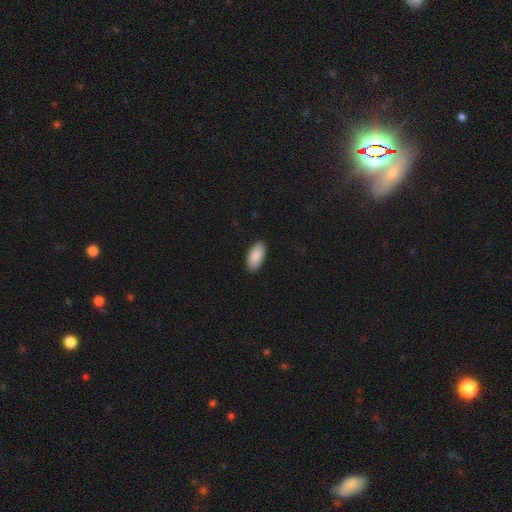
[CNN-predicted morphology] type=smooth (90%); roundness=in between (94%); merging=none (90%).